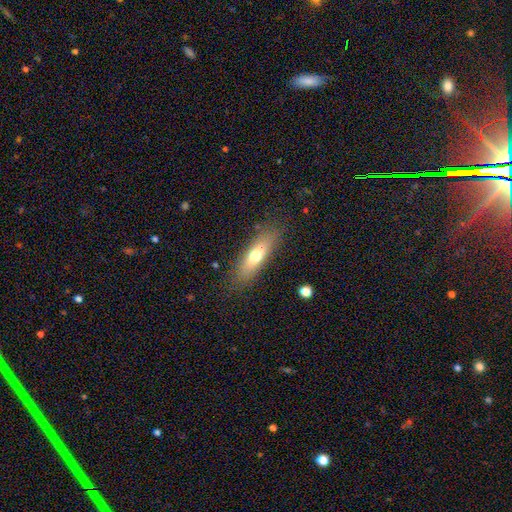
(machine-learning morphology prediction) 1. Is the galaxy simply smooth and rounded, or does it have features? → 64% smooth, 29% featured or disk, 7% star or artifact.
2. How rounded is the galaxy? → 55% cigar-shaped, 42% in between, 3% round.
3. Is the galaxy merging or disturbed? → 83% none, 11% minor disturbance, 4% major disturbance, 1% merger.